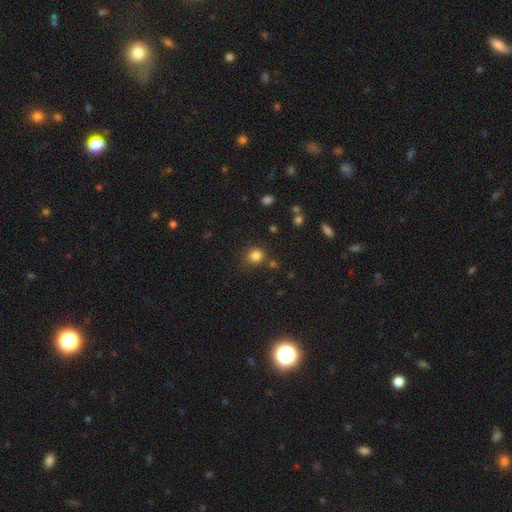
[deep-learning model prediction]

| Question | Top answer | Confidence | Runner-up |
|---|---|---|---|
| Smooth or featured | smooth | 82% | star or artifact (13%) |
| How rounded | round | 84% | in between (15%) |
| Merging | none | 77% | minor disturbance (13%) |